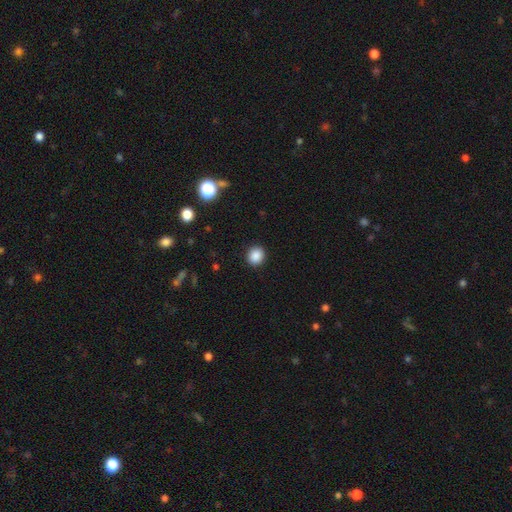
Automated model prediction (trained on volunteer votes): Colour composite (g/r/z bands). It shows a smooth galaxy with no disk features (88%) that is round (81%). Merging: none (91%).